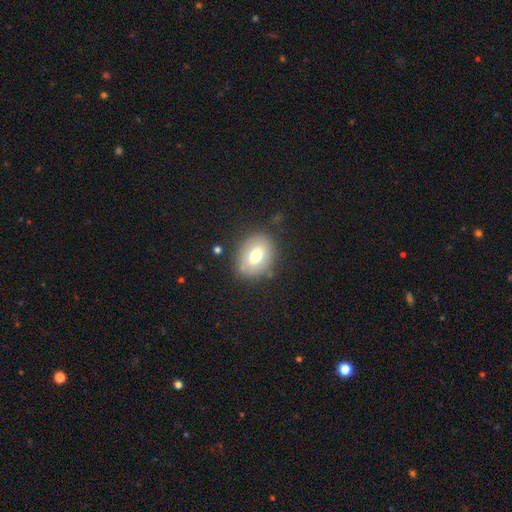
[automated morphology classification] This appears to be a smooth galaxy with no disk features (70%) that is in between round and cigar-shaped (62%). Merging: none (79%).